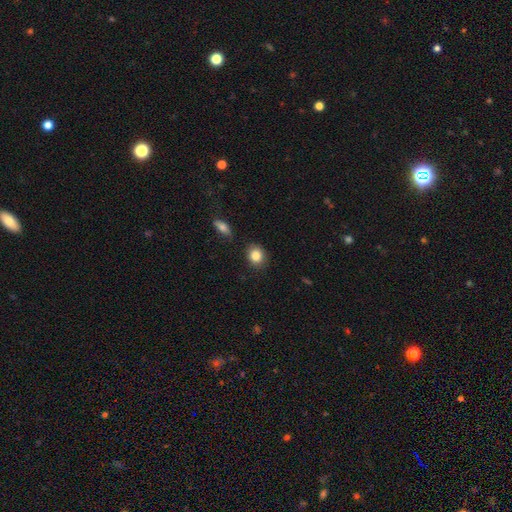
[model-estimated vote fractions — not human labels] This is clearly a smooth galaxy (85%). How rounded: likely round (63%). Merging: clearly none (85%).